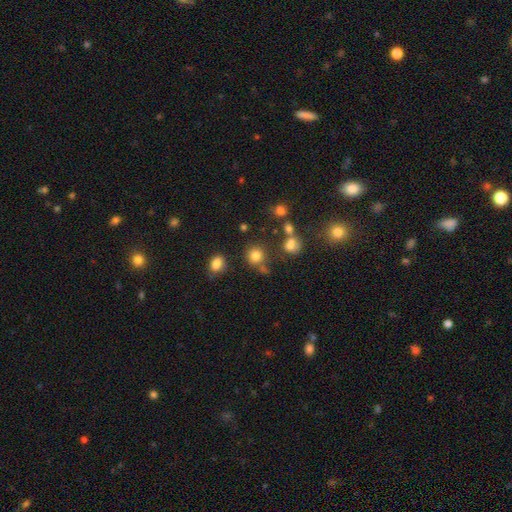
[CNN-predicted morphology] smooth-or-featured: smooth: 79% | star or artifact: 15% | featured or disk: 7%
  how-rounded: round: 89% | in between: 10% | cigar-shaped: 1%
  merging: none: 72% | merger: 12% | minor disturbance: 11% | major disturbance: 5%